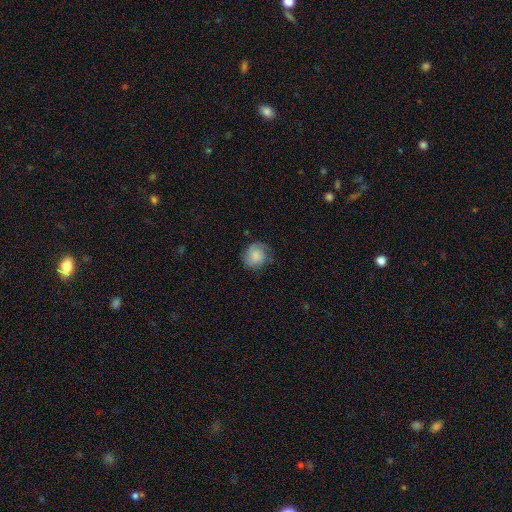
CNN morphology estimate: Overall: smooth (78%). How rounded: round (82%). Merging: none (70%).